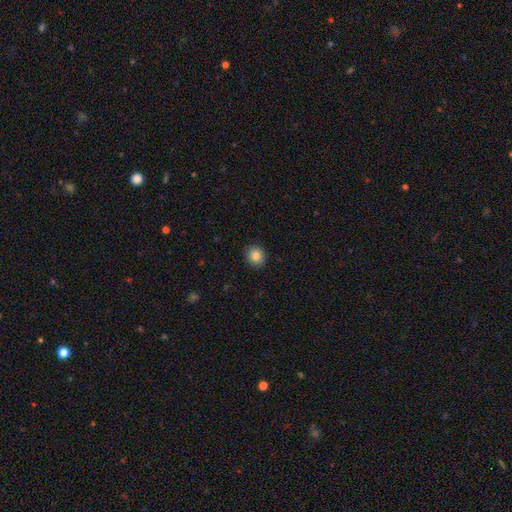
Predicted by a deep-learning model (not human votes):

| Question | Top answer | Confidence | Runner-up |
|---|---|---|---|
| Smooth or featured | smooth | 84% | star or artifact (9%) |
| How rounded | round | 81% | in between (18%) |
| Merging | none | 91% | minor disturbance (6%) |